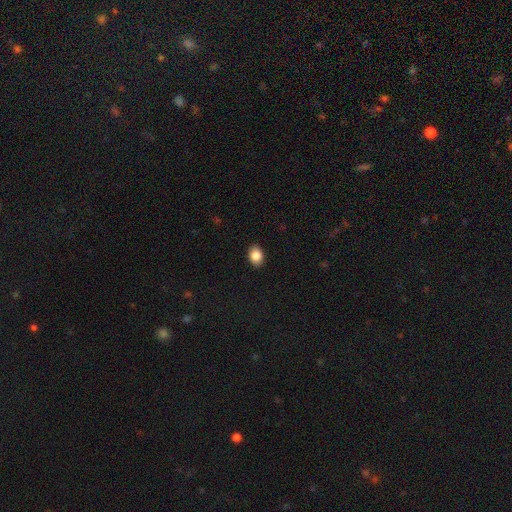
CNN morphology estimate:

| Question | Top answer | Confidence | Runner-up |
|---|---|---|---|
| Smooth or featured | smooth | 87% | star or artifact (8%) |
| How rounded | in between | 74% | round (25%) |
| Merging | none | 89% | minor disturbance (8%) |